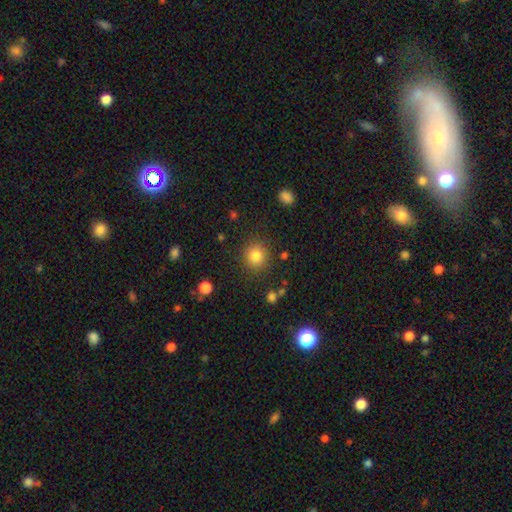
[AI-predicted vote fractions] The model was most divided on "smooth or featured": smooth: 82%, star or artifact: 11%, featured or disk: 6%. More confident: how rounded — round (89%); merging — none (87%).